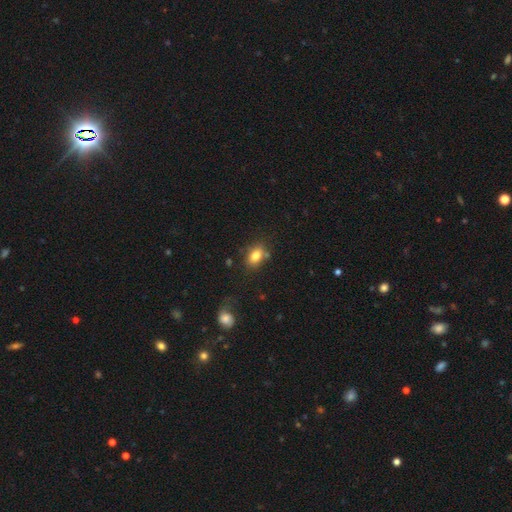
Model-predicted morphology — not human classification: The model was most divided on "merging": none: 69%, minor disturbance: 18%, merger: 8%, major disturbance: 6%. More confident: smooth or featured — smooth (80%); how rounded — in between (76%).